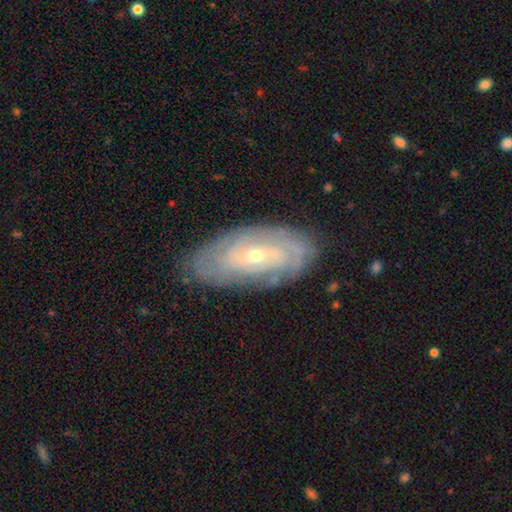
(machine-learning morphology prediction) This is likely a featured or disk galaxy (77%). It is clearly not viewed edge-on (92%). Bar: likely no (70%). Spiral arm pattern: clearly yes (86%). Spiral arm count: possibly can't tell (53%). Spiral winding: likely tight (74%). Central bulge: likely small (69%). Merging: likely none (78%).